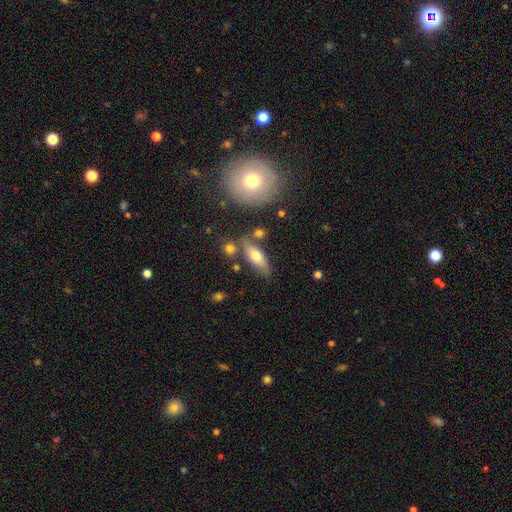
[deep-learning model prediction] Q: Smooth or featured?
A: smooth (65%); runner-up: featured or disk (27%)
Q: How rounded?
A: in between (64%); runner-up: cigar-shaped (33%)
Q: Merging?
A: none (69%); runner-up: minor disturbance (15%)